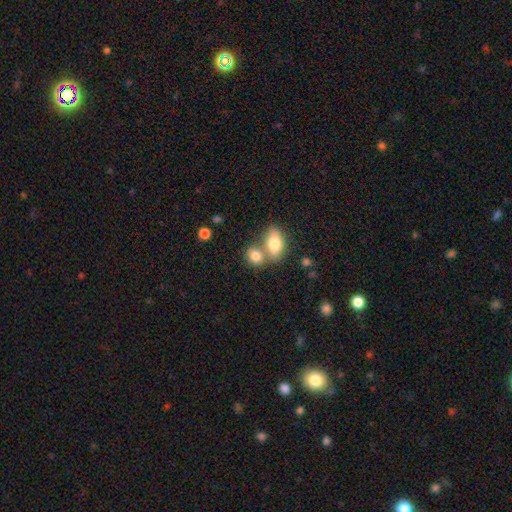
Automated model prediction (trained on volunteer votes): A smooth galaxy with no disk features (81%) that is in between round and cigar-shaped (65%).

Vote fractions:
- Smooth or featured? smooth: 81% / featured or disk: 11% / star or artifact: 8%
- How rounded? in between: 65% / round: 32% / cigar-shaped: 3%
- Merging? merger: 49% / none: 38% / minor disturbance: 9% / major disturbance: 4%